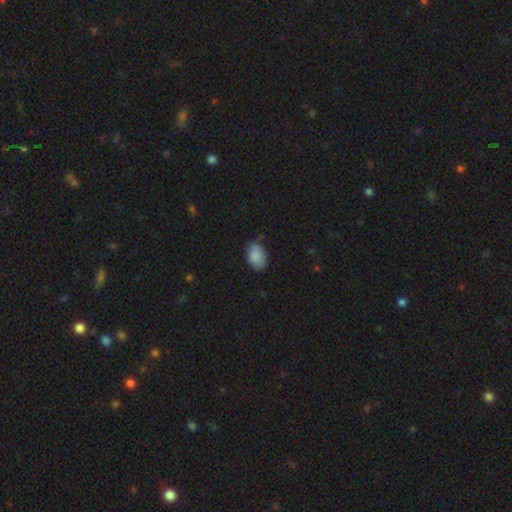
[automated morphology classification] type=smooth (86%); roundness=in between (85%); merging=none (68%).